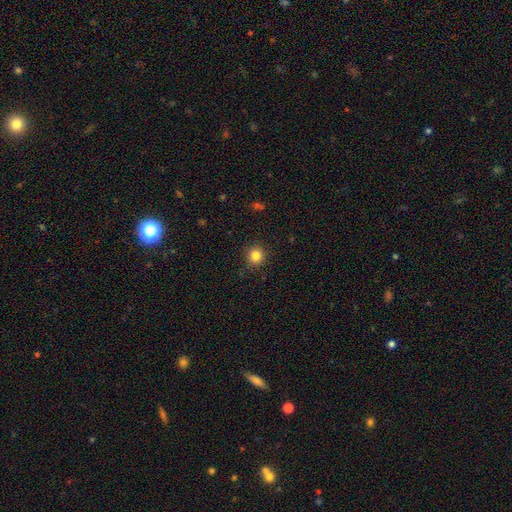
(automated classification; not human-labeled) Smooth or featured?
  - smooth: 83% *
  - star or artifact: 12%
  - featured or disk: 5%
How rounded?
  - round: 93% *
  - in between: 6%
  - cigar-shaped: 1%
Merging?
  - none: 91% *
  - minor disturbance: 6%
  - major disturbance: 2%
  - merger: 1%